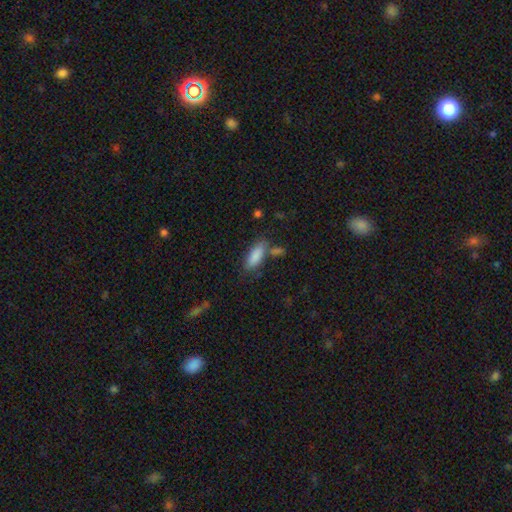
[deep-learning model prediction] Overall: smooth (86%). How rounded: in between (75%). Merging: none (65%).